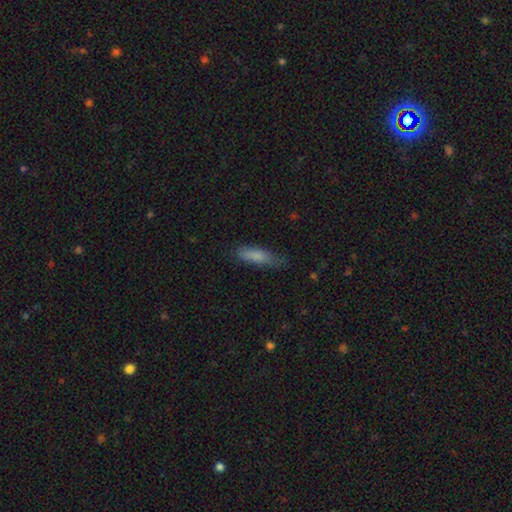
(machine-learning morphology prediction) type=smooth (81%); roundness=cigar-shaped (61%); merging=none (66%).